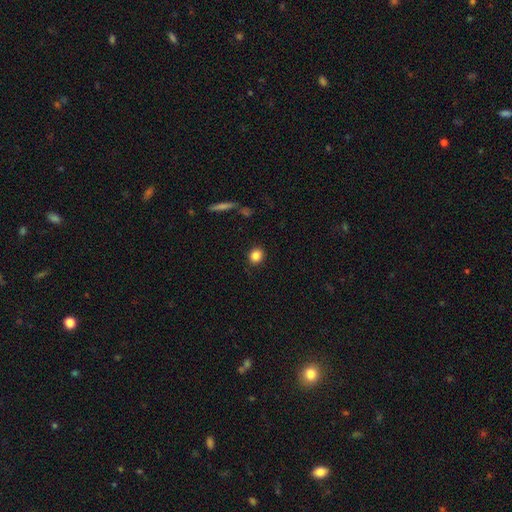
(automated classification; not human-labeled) smooth 85%, star or artifact 10%, featured or disk 5%. Down the decision tree: how rounded — round (79%); merging — none (89%).